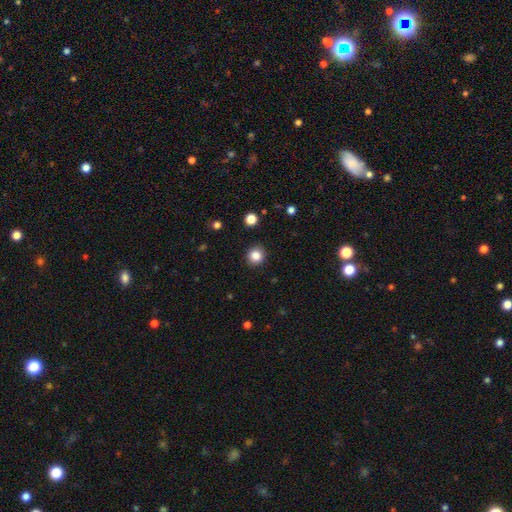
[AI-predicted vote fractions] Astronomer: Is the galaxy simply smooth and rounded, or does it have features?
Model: smooth — 85%.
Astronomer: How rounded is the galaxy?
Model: round — 90%.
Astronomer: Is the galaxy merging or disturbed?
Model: none — 91%.